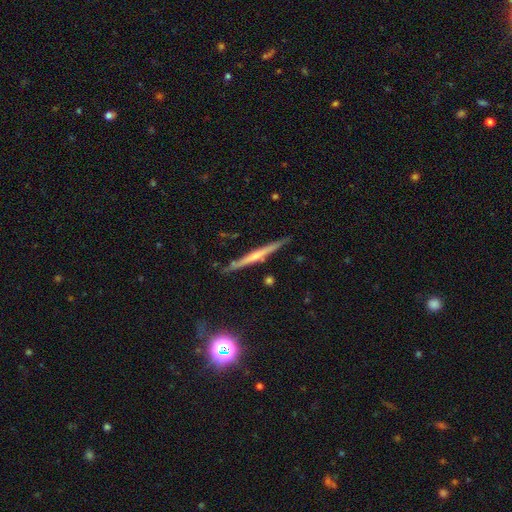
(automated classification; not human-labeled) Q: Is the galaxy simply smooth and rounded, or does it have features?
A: featured or disk — 68%.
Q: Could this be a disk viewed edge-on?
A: yes — 97%.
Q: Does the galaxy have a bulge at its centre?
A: none — 46%.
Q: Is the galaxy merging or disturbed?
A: none — 87%.